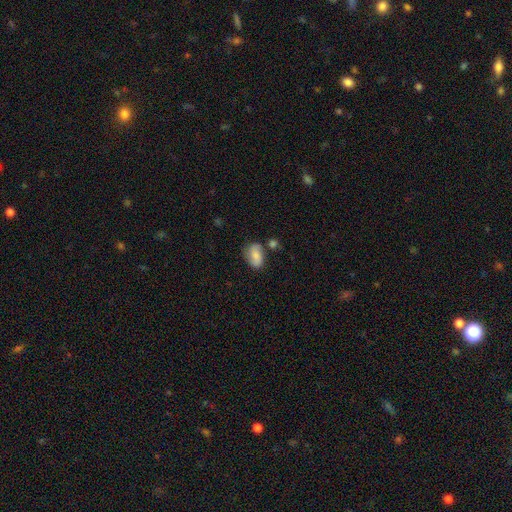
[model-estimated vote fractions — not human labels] This is likely a smooth galaxy (68%). How rounded: clearly in between (87%). Merging: possibly none (57%).